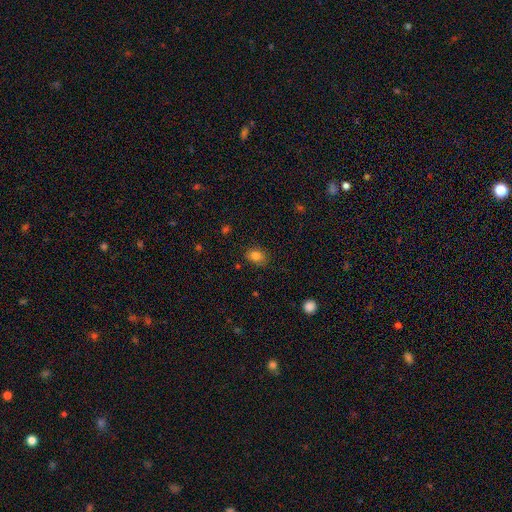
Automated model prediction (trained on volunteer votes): smooth-or-featured: smooth: 81% | star or artifact: 11% | featured or disk: 7%
  how-rounded: in between: 62% | round: 37% | cigar-shaped: 1%
  merging: none: 77% | minor disturbance: 18% | major disturbance: 4% | merger: 2%